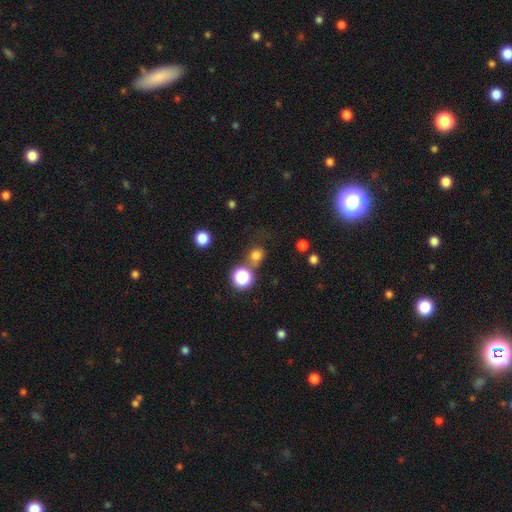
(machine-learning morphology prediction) Smooth or featured?
  - smooth: 75% *
  - star or artifact: 20%
  - featured or disk: 6%
How rounded?
  - round: 84% *
  - in between: 15%
  - cigar-shaped: 1%
Merging?
  - none: 64% *
  - merger: 19%
  - minor disturbance: 11%
  - major disturbance: 6%